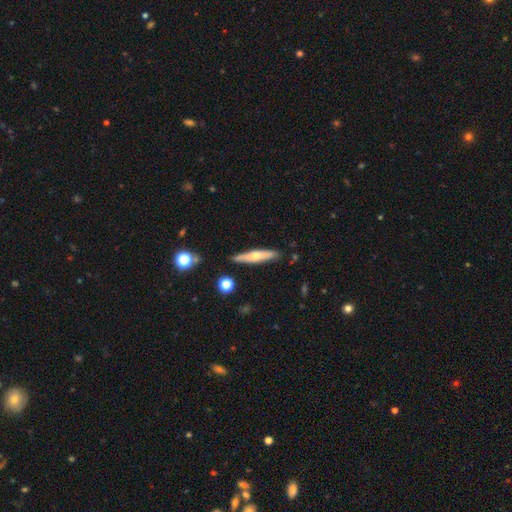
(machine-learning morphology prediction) featured or disk 51%, smooth 42%, star or artifact 7%. Down the decision tree: edge-on disk — yes (89%); merging — none (86%).